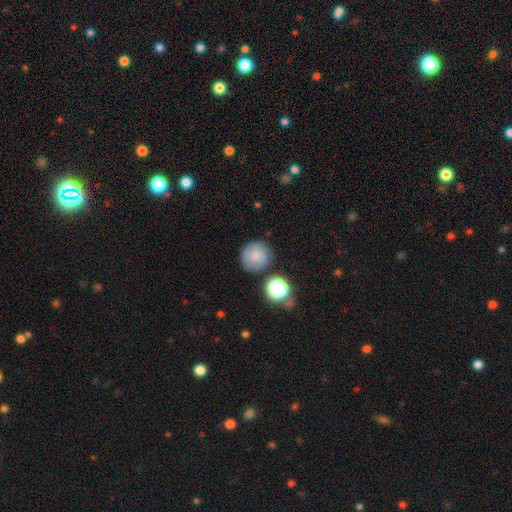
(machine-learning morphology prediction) A smooth galaxy with no disk features (74%) that is round (92%).

Vote fractions:
- Smooth or featured? smooth: 74% / featured or disk: 15% / star or artifact: 11%
- How rounded? round: 92% / in between: 7% / cigar-shaped: 1%
- Merging? none: 75% / minor disturbance: 14% / merger: 6% / major disturbance: 5%